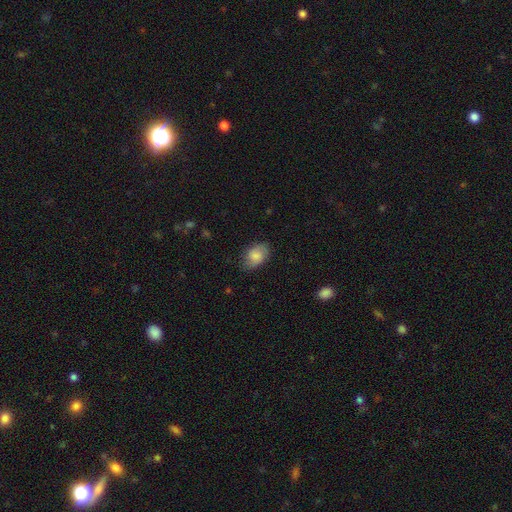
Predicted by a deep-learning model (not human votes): Q: Smooth or featured?
A: smooth (79%); runner-up: featured or disk (14%)
Q: How rounded?
A: in between (82%); runner-up: round (16%)
Q: Merging?
A: none (74%); runner-up: minor disturbance (20%)